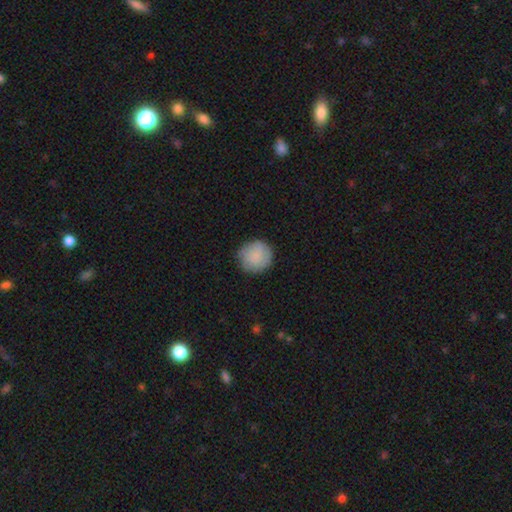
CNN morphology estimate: This is clearly a smooth galaxy (83%). How rounded: clearly round (91%). Merging: clearly none (83%).